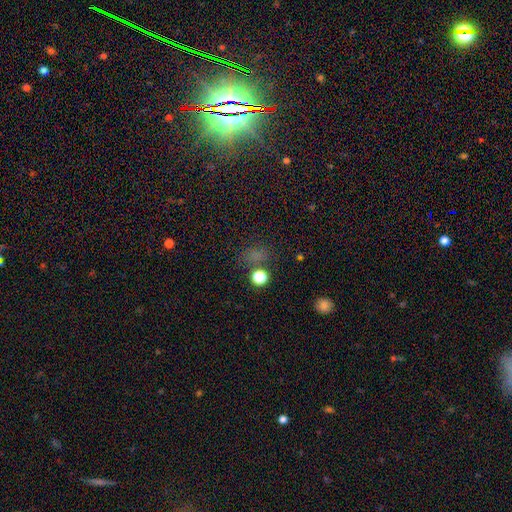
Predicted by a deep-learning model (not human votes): Q: Smooth or featured?
A: smooth (61%); runner-up: star or artifact (33%)
Q: How rounded?
A: round (56%); runner-up: in between (42%)
Q: Merging?
A: none (68%); runner-up: minor disturbance (15%)